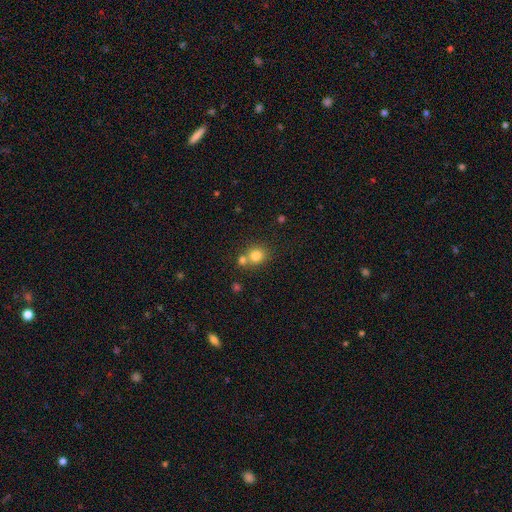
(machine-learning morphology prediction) A smooth galaxy with no disk features (80%) that is round (82%). Merging: none (56%).